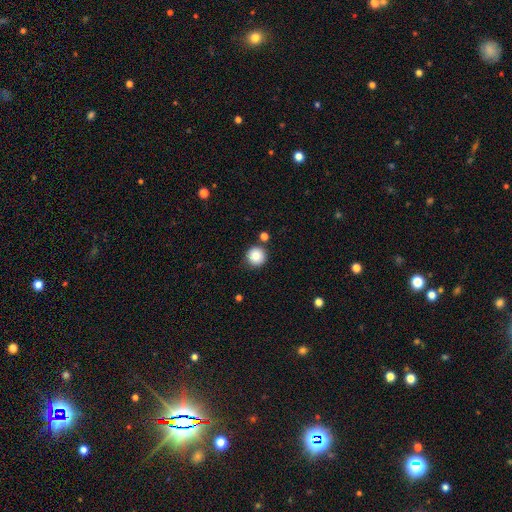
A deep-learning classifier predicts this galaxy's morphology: Smooth or featured: smooth — 84% (star or artifact — 10%)
How rounded: round — 96% (in between — 3%)
Merging: none — 84% (minor disturbance — 8%)